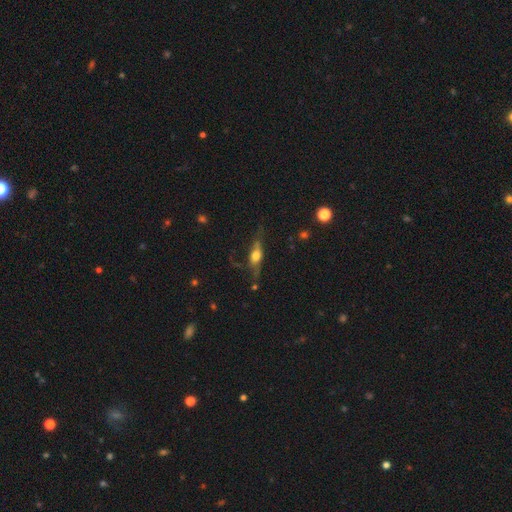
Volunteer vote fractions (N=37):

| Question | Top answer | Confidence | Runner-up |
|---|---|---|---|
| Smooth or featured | featured or disk | 51% | smooth (41%) |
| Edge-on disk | yes | 84% | no (16%) |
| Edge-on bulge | rounded | 94% | boxy (6%) |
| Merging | none | 44% | minor disturbance (35%) |